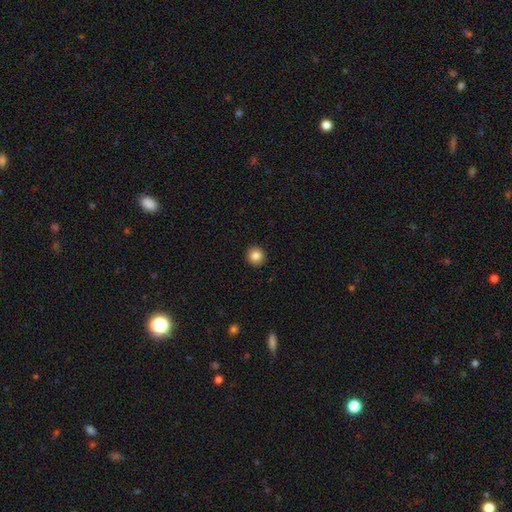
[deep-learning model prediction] smooth 85%, star or artifact 10%, featured or disk 6%. Down the decision tree: how rounded — round (92%); merging — none (93%).